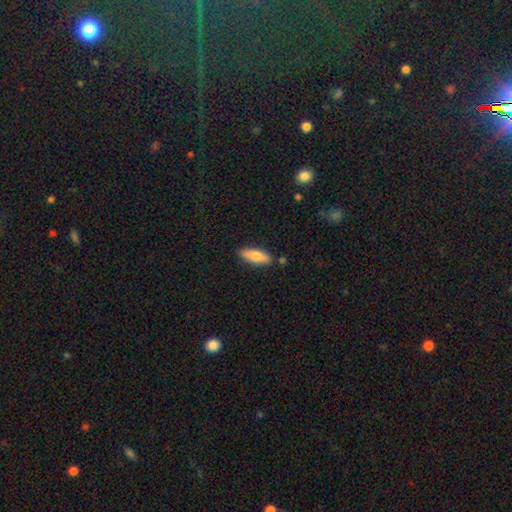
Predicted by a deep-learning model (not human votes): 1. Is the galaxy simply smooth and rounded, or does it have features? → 73% smooth, 21% featured or disk, 6% star or artifact.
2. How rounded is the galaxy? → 53% in between, 45% cigar-shaped, 2% round.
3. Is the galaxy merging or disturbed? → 84% none, 11% minor disturbance, 3% merger, 2% major disturbance.